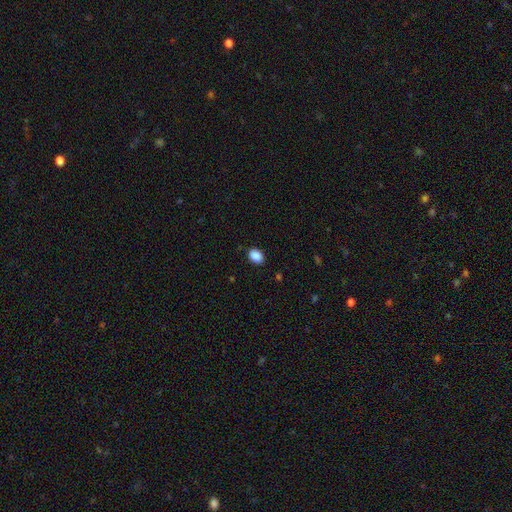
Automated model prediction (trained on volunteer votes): Smooth or featured?
  - smooth: 89% *
  - star or artifact: 8%
  - featured or disk: 3%
How rounded?
  - in between: 76% *
  - round: 23%
  - cigar-shaped: 1%
Merging?
  - none: 88% *
  - minor disturbance: 9%
  - major disturbance: 2%
  - merger: 1%